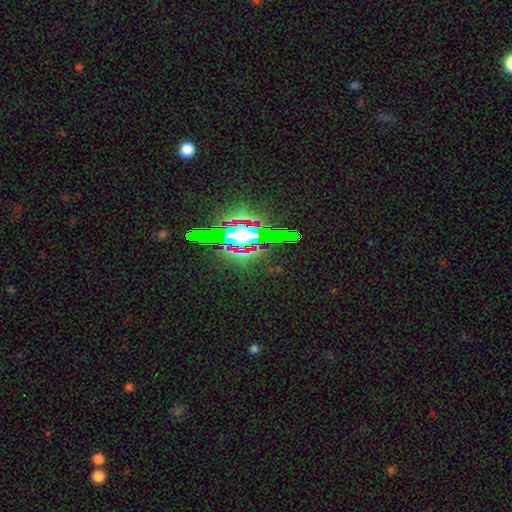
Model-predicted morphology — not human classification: Smooth or featured? star or artifact (77%)